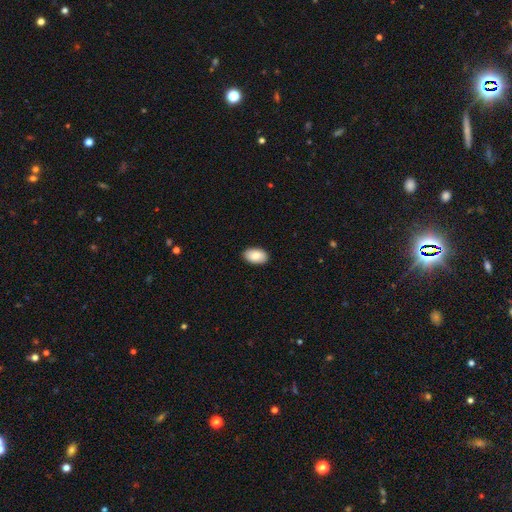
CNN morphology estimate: This appears to be a smooth galaxy with no disk features (86%) that is in between round and cigar-shaped (94%). Merging: none (91%).